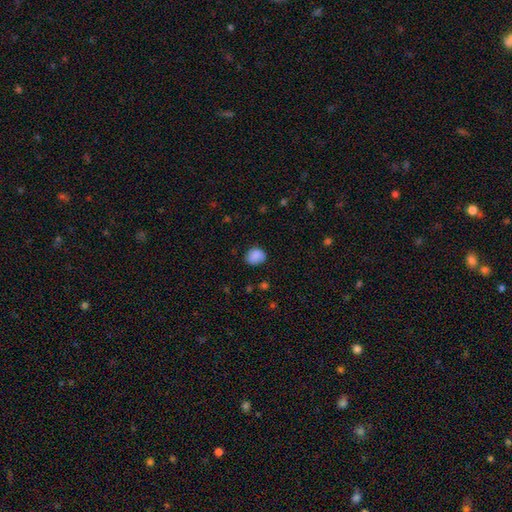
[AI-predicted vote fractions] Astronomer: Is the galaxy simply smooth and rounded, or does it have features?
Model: smooth — 86%.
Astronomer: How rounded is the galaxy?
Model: round — 58% (runner-up: in between, 42%).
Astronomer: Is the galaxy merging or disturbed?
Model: none — 75%.